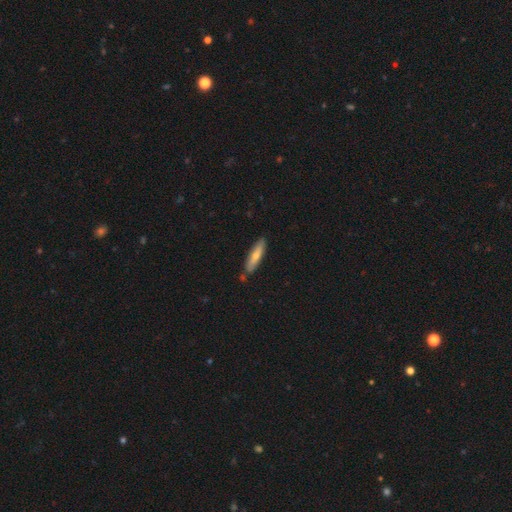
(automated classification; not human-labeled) This is likely a smooth galaxy (66%). How rounded: likely cigar-shaped (75%). Merging: clearly none (80%).